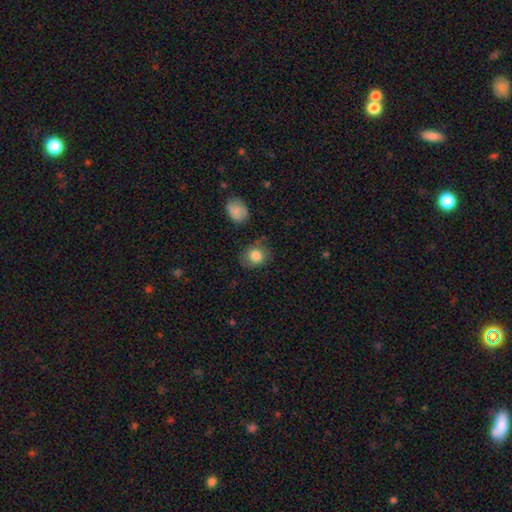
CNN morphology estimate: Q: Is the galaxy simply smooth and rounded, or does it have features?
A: smooth — 82%.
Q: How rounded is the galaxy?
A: round — 63%.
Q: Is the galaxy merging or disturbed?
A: none — 72%.